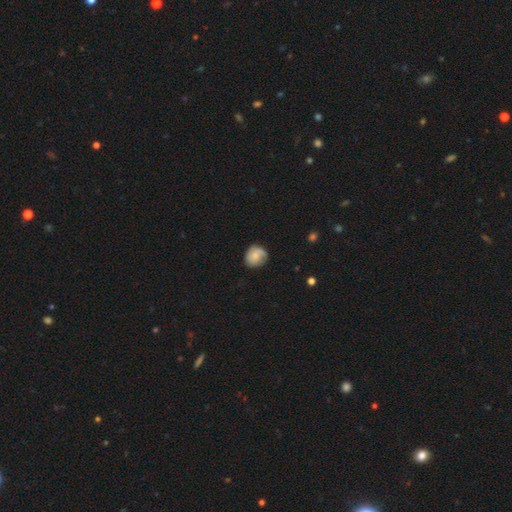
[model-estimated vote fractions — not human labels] smooth_or_featured: smooth (p=0.68) [alt: featured or disk p=0.25]
how_rounded: round (p=0.78) [alt: in between p=0.21]
merging: none (p=0.66) [alt: minor disturbance p=0.25]